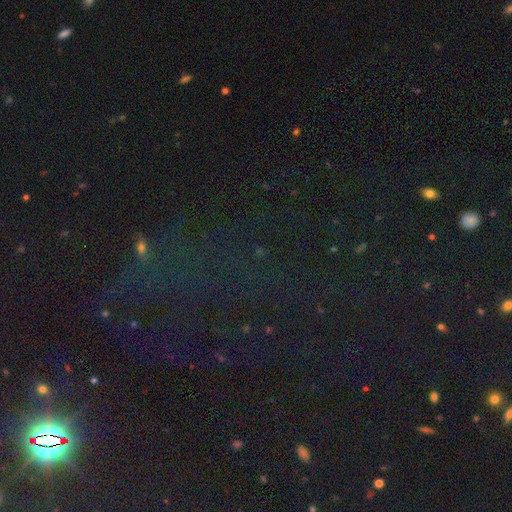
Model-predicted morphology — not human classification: A star or artifact, not a galaxy (76%).

Vote fractions:
- Smooth or featured? star or artifact: 76% / smooth: 15% / featured or disk: 8%